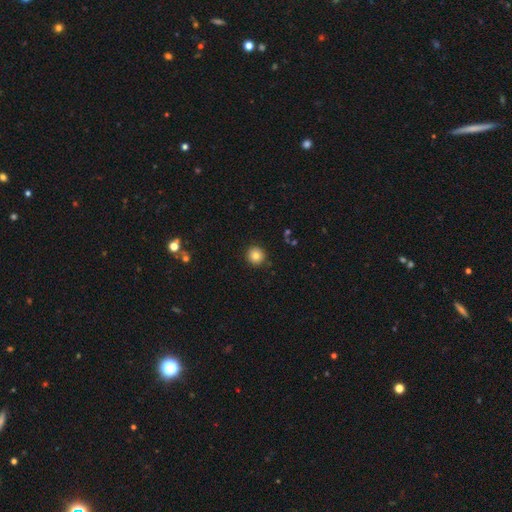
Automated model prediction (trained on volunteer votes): smooth 82%, star or artifact 11%, featured or disk 8%. Down the decision tree: how rounded — round (95%); merging — none (91%).